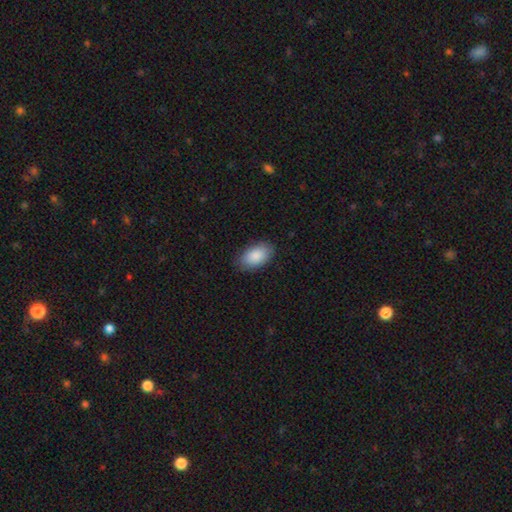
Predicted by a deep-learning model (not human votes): smooth-or-featured: smooth: 88% | featured or disk: 6% | star or artifact: 6%
  how-rounded: in between: 94% | round: 5% | cigar-shaped: 1%
  merging: none: 84% | minor disturbance: 12% | major disturbance: 3% | merger: 1%